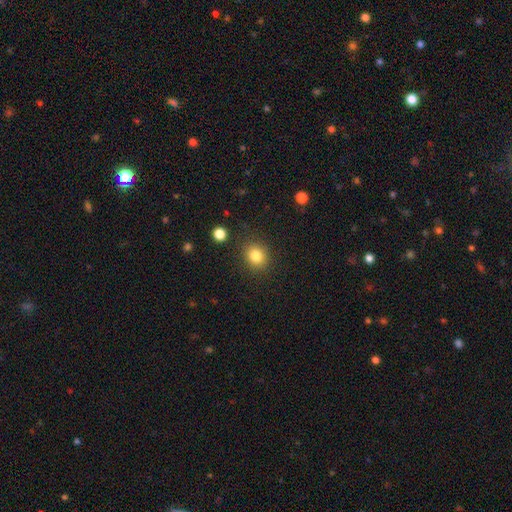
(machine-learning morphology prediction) smooth 83%, star or artifact 11%, featured or disk 6%. Down the decision tree: how rounded — round (70%); merging — none (86%).